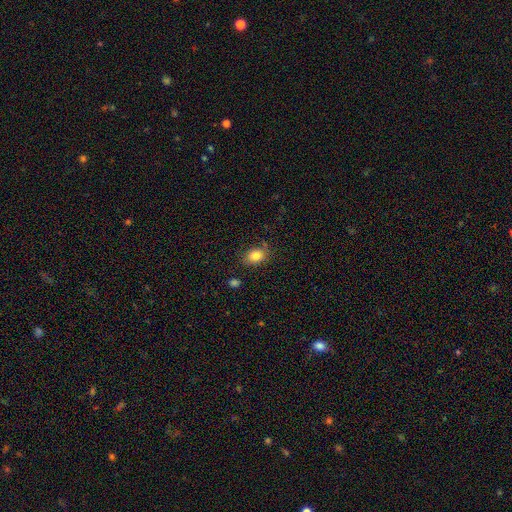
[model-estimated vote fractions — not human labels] This appears to be a smooth galaxy with no disk features (83%) that is in between round and cigar-shaped (69%). Merging: none (75%).